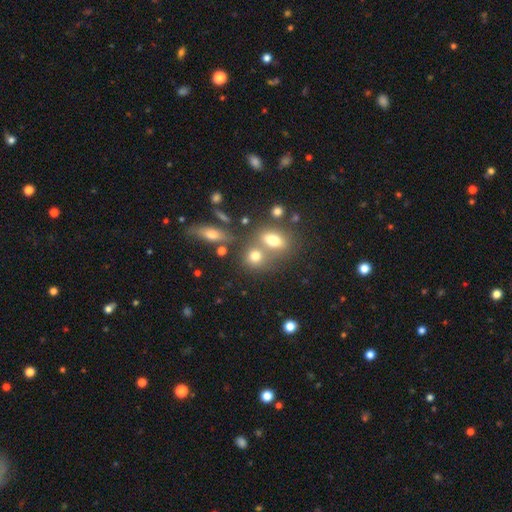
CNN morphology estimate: Smooth or featured?
  - smooth: 69% *
  - featured or disk: 15%
  - star or artifact: 15%
How rounded?
  - in between: 52% *
  - round: 43%
  - cigar-shaped: 4%
Merging?
  - merger: 46% *
  - none: 40%
  - minor disturbance: 9%
  - major disturbance: 5%